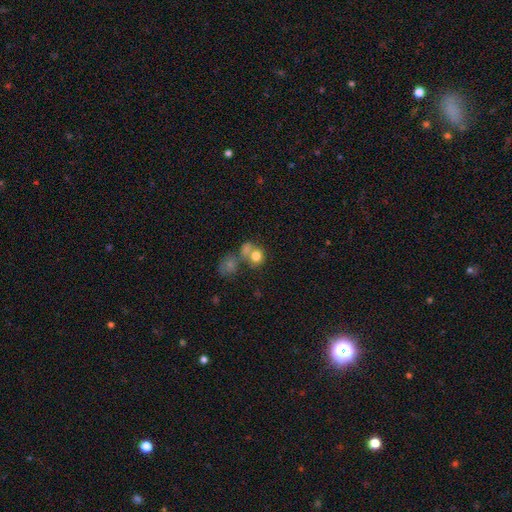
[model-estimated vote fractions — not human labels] Smooth or featured: smooth — 78% (star or artifact — 11%)
How rounded: round — 75% (in between — 24%)
Merging: none — 41% (merger — 40%)